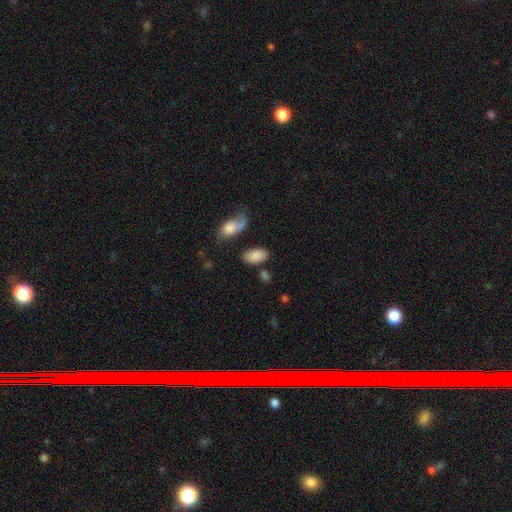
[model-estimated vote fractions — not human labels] smooth 85%, star or artifact 8%, featured or disk 7%. Down the decision tree: how rounded — in between (94%); merging — none (73%).